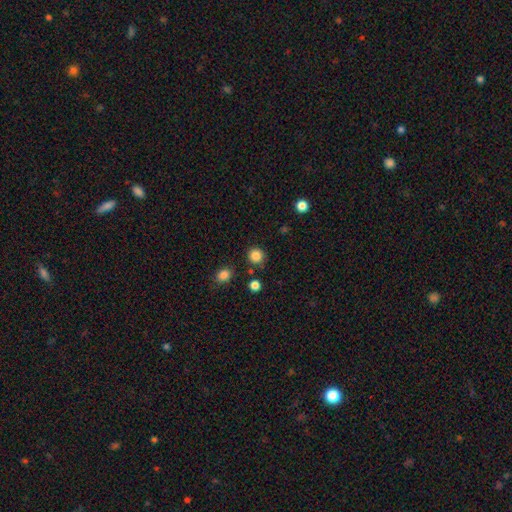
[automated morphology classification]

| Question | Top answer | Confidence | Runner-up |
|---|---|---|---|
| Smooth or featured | smooth | 85% | star or artifact (11%) |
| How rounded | round | 92% | in between (7%) |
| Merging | none | 85% | minor disturbance (8%) |